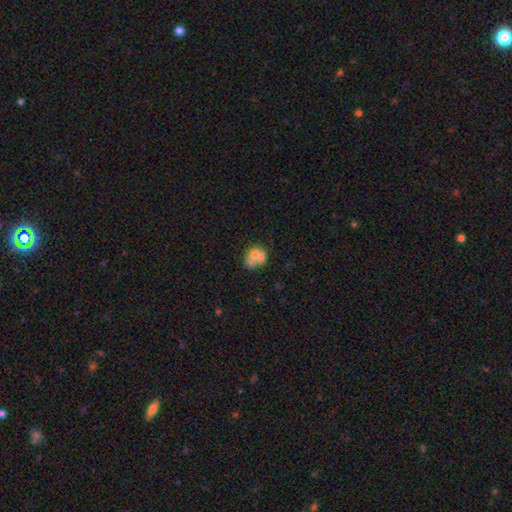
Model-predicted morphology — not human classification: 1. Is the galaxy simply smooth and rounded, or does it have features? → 58% smooth, 32% featured or disk, 10% star or artifact.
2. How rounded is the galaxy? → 60% round, 39% in between, 1% cigar-shaped.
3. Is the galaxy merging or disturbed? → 49% merger, 30% none, 13% minor disturbance, 8% major disturbance.